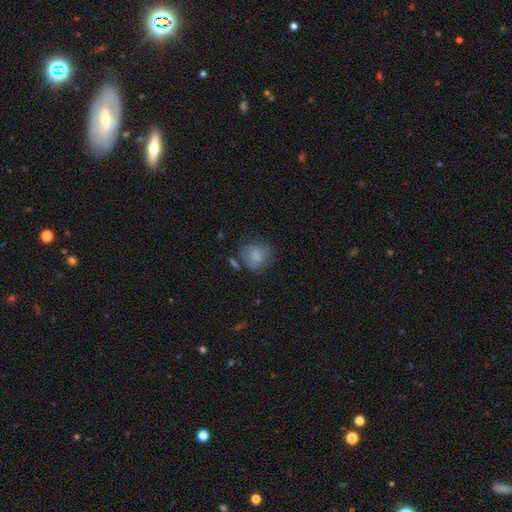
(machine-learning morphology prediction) Smooth or featured? smooth (78%)
How rounded? round (74%)
Merging? none (61%)